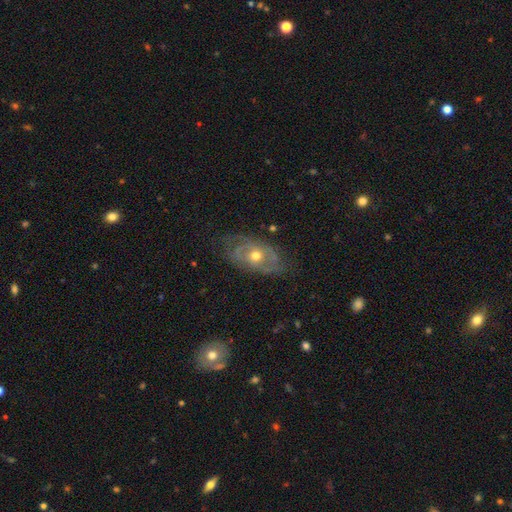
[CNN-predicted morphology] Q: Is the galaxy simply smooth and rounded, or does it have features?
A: featured or disk — 77%.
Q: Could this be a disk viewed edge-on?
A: no — 93%.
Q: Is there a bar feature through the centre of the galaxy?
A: no — 80%.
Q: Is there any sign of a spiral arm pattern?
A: yes — 76%.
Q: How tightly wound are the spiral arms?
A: tight — 53%.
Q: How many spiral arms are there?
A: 2 — 42%.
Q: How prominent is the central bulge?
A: moderate — 74%.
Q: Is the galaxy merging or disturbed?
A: none — 67%.